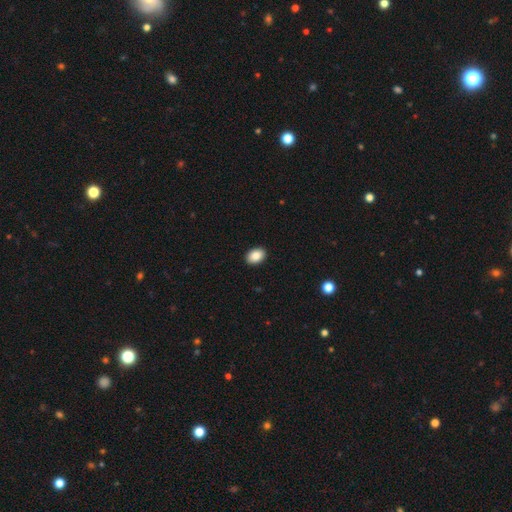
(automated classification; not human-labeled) smooth-or-featured: smooth: 88% | star or artifact: 8% | featured or disk: 5%
  how-rounded: in between: 82% | round: 17% | cigar-shaped: 1%
  merging: none: 91% | minor disturbance: 6% | major disturbance: 2% | merger: 1%